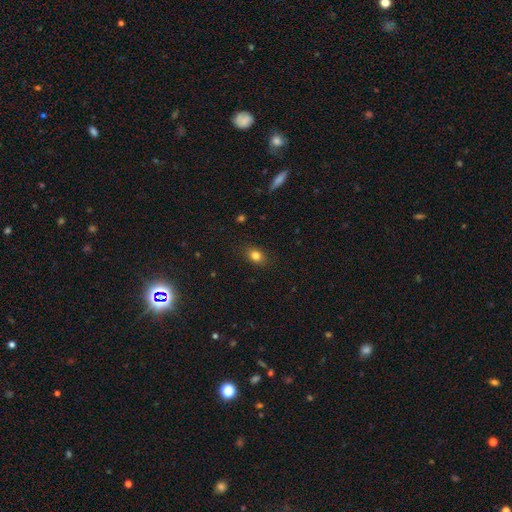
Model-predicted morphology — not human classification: Smooth or featured? Predicted: smooth (p=0.81). How rounded? Predicted: in between (p=0.63). Merging? Predicted: none (p=0.86).